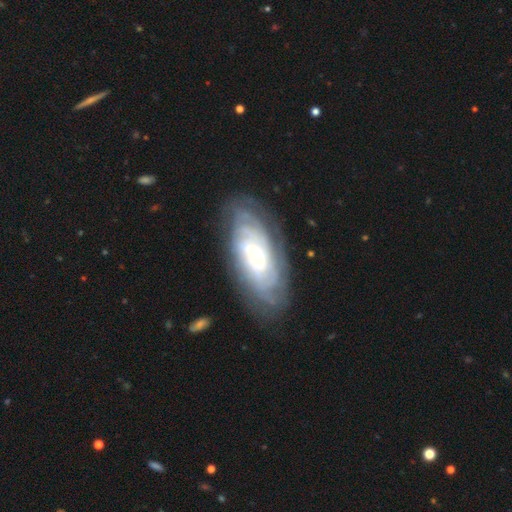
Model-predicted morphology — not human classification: type=featured or disk (78%); edge-on=no (91%); bar=weak (42%); spiral arms=yes (91%); winding=tight (73%); arm count=can't tell (53%); bulge=small (50%); merging=none (75%).